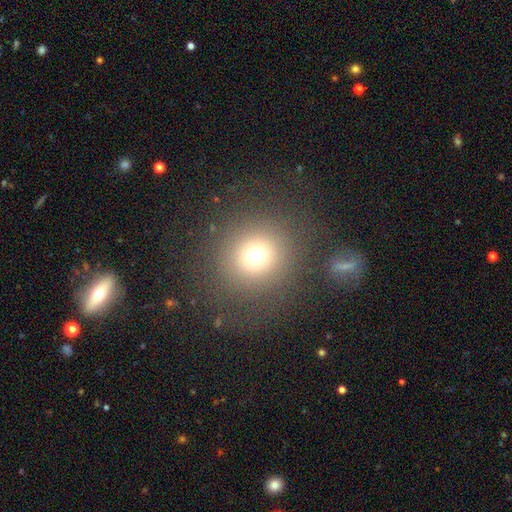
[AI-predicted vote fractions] This is likely a smooth galaxy (71%). How rounded: clearly round (94%). Merging: clearly none (82%).